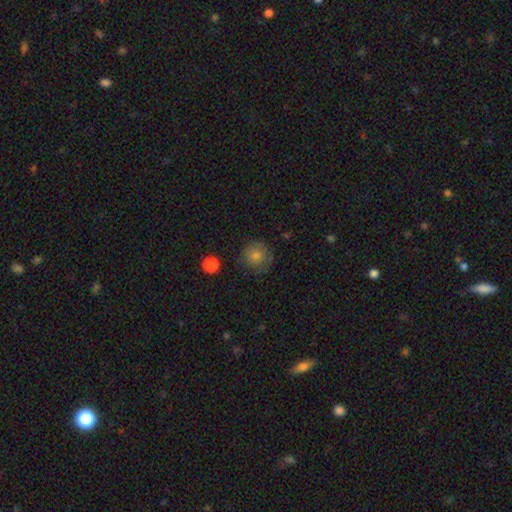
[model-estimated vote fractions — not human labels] Smooth or featured? Predicted: smooth (p=0.74). How rounded? Predicted: round (p=0.93). Merging? Predicted: none (p=0.83).